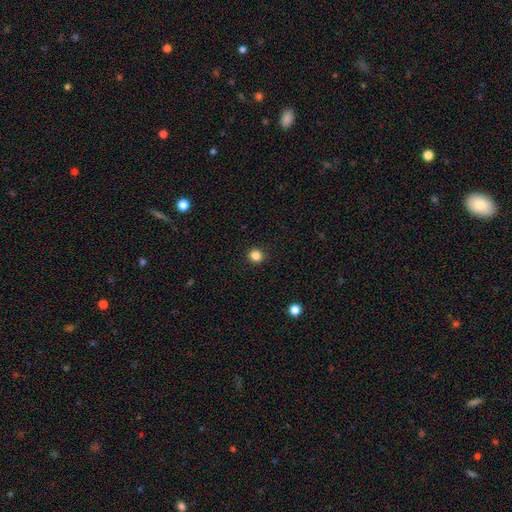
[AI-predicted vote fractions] Overall: smooth (84%). How rounded: round (91%). Merging: none (92%).